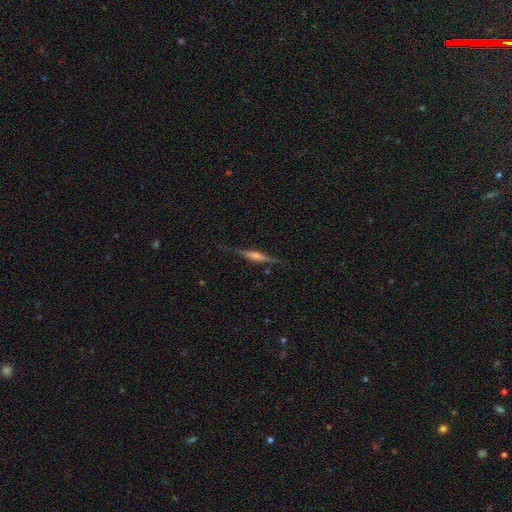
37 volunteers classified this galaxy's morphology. Smooth or featured? featured or disk (89%)
Edge-on disk? yes (97%)
Edge-on bulge? rounded (84%)
Merging? none (86%)